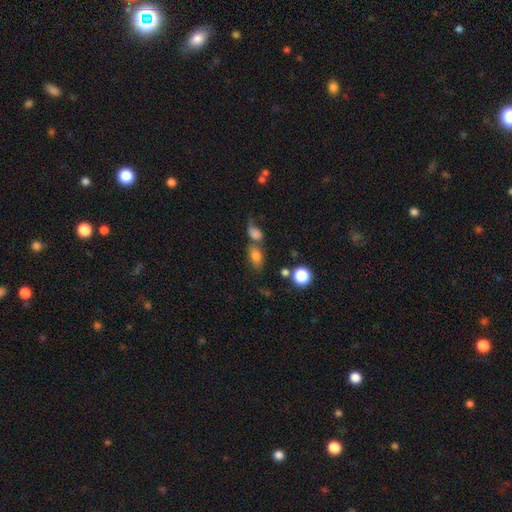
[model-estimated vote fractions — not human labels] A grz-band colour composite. It shows a smooth galaxy with no disk features (76%) that is in between round and cigar-shaped (80%). Merging: merger (42%).